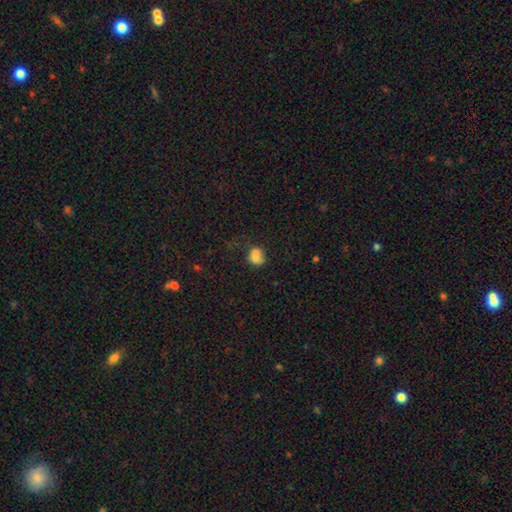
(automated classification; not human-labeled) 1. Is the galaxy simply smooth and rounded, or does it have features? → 73% smooth, 14% featured or disk, 13% star or artifact.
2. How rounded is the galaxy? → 56% in between, 42% round, 2% cigar-shaped.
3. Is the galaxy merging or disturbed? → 38% none, 26% merger, 22% minor disturbance, 13% major disturbance.